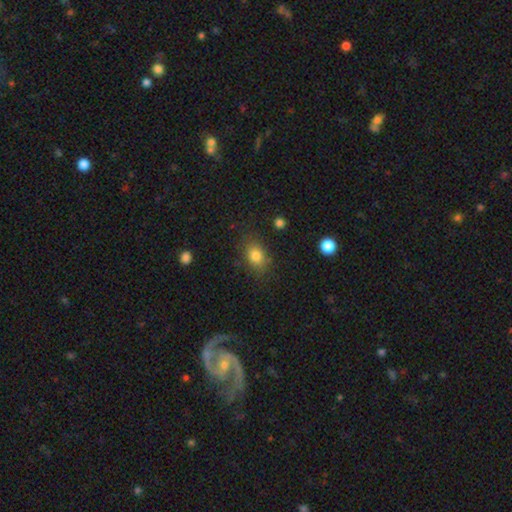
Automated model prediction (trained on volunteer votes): This is clearly a smooth galaxy (82%). How rounded: likely in between (68%). Merging: likely none (79%).